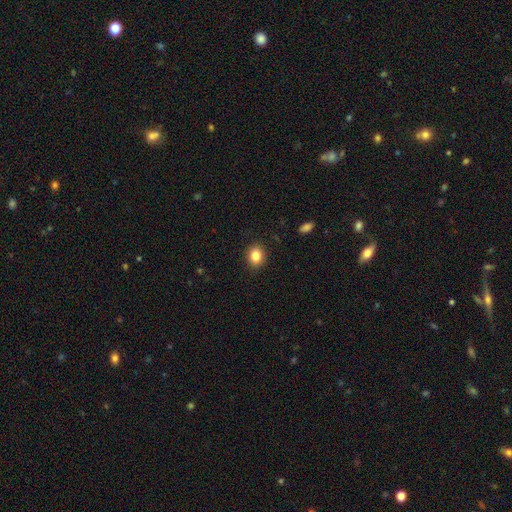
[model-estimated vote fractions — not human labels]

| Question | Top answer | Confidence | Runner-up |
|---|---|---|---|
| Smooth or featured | smooth | 85% | star or artifact (10%) |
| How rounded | round | 54% | in between (45%) |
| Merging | none | 89% | minor disturbance (7%) |